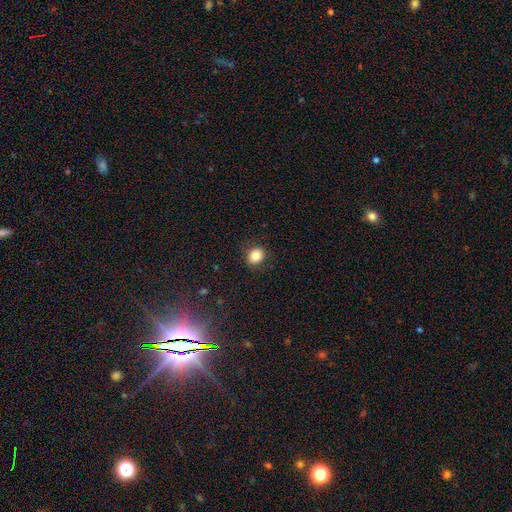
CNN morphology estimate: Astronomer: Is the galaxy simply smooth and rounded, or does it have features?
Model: smooth — 83%.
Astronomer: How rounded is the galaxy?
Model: round — 66%.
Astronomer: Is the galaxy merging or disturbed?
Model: none — 85%.